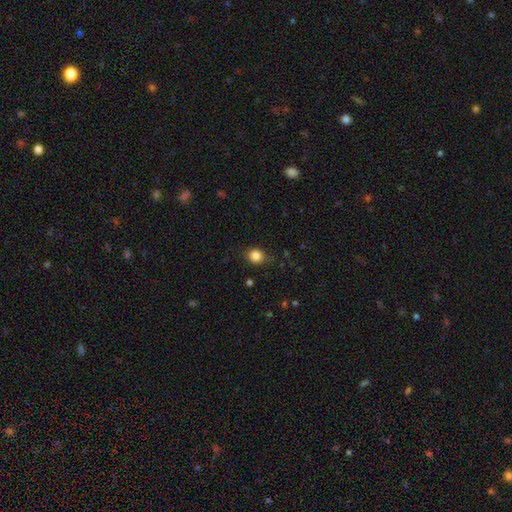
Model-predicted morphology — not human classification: Smooth or featured?
  - smooth: 83% *
  - star or artifact: 11%
  - featured or disk: 6%
How rounded?
  - round: 73% *
  - in between: 26%
  - cigar-shaped: 1%
Merging?
  - none: 76% *
  - minor disturbance: 18%
  - major disturbance: 4%
  - merger: 1%